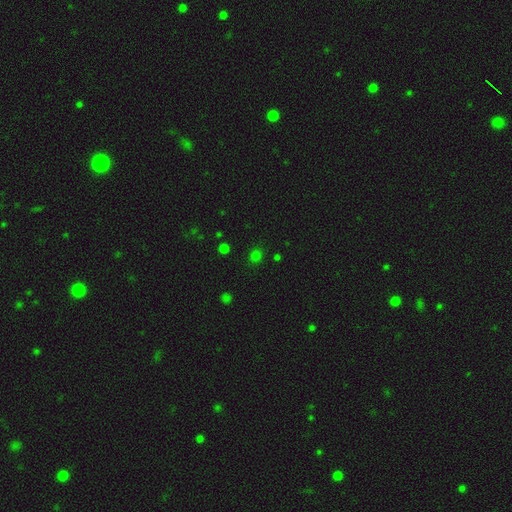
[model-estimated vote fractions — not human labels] Smooth or featured? smooth (71%)
How rounded? round (83%)
Merging? none (87%)